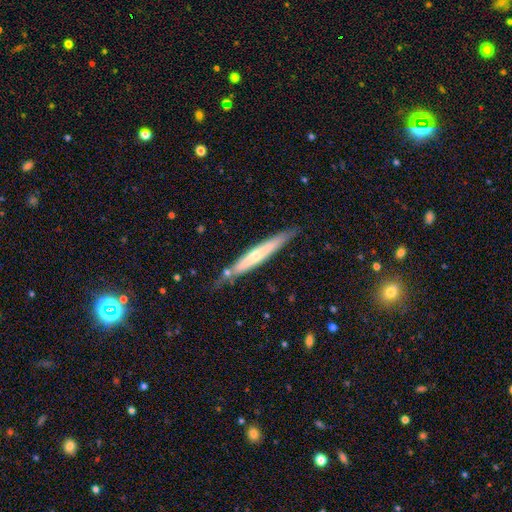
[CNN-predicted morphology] Q: Smooth or featured?
A: featured or disk (53%); runner-up: smooth (41%)
Q: Edge-on disk?
A: yes (91%); runner-up: no (9%)
Q: Merging?
A: none (77%); runner-up: minor disturbance (16%)